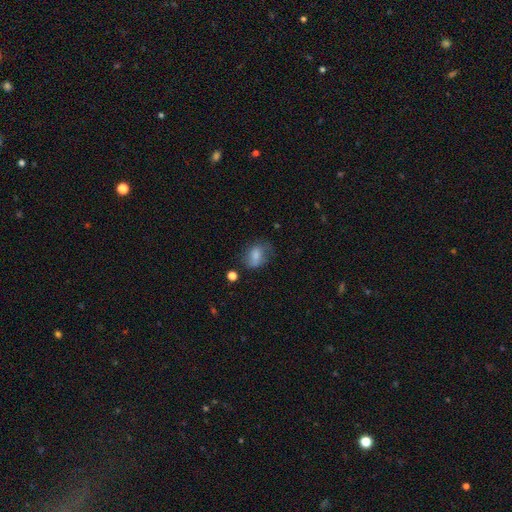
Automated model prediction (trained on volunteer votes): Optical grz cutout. It shows a smooth galaxy with no disk features (71%) that is in between round and cigar-shaped (72%). Merging: none (54%).